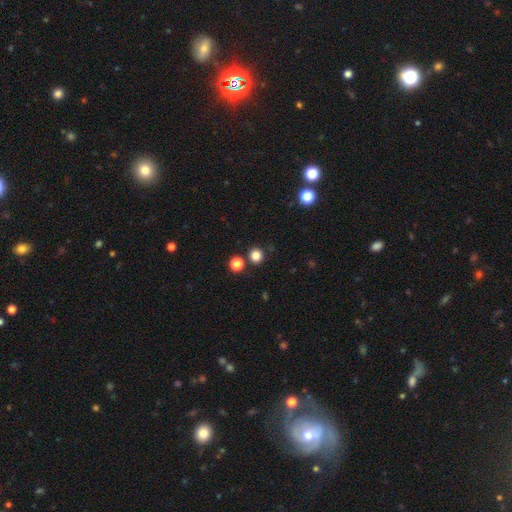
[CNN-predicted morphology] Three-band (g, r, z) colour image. It shows a smooth galaxy with no disk features (82%) that is round (89%). Merging: none (84%).